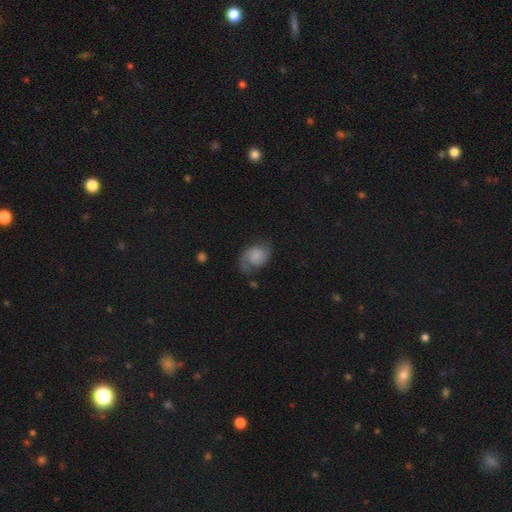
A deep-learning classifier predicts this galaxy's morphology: smooth-or-featured: featured or disk: 71% | smooth: 22% | star or artifact: 7%
  disk-edge-on: no: 98% | yes: 2%
    bar: no: 64% | weak: 31% | strong: 5%
    has-spiral-arms: yes: 95% | no: 5%
      spiral-winding: medium: 48% | loose: 28% | tight: 24%
      spiral-arm-count: 2: 82% | 1: 11% | can't tell: 5% | 3: 1% | 4: 1% | more than 4: 1%
    bulge-size: none: 41% | small: 27% | moderate: 18% | large: 11% | dominant: 3%
  merging: none: 66% | minor disturbance: 20% | major disturbance: 12% | merger: 2%